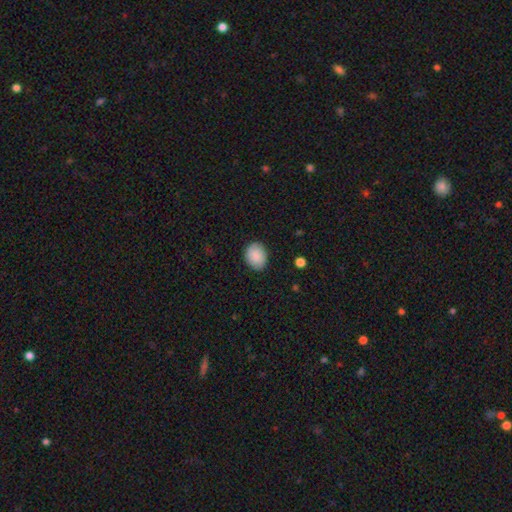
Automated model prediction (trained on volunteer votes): smooth 89%, star or artifact 7%, featured or disk 4%. Down the decision tree: how rounded — in between (61%); merging — none (86%).